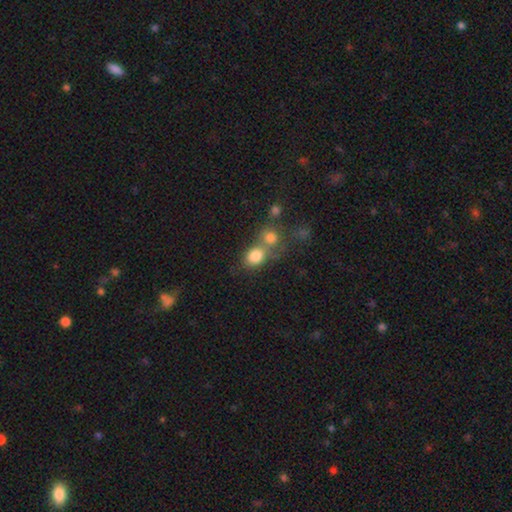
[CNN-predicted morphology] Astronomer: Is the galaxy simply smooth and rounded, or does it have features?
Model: smooth — 81%.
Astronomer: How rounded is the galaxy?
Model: round — 58% (runner-up: in between, 41%).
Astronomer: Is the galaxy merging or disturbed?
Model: merger — 46% (runner-up: none, 39%).